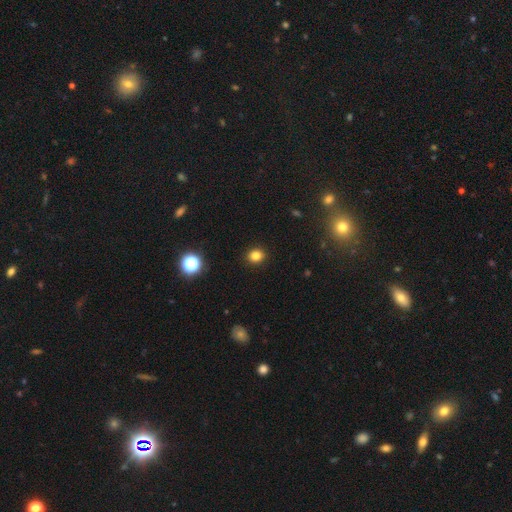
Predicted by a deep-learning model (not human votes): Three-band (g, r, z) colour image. It shows a smooth galaxy with no disk features (82%) that is round (71%). Merging: none (92%).